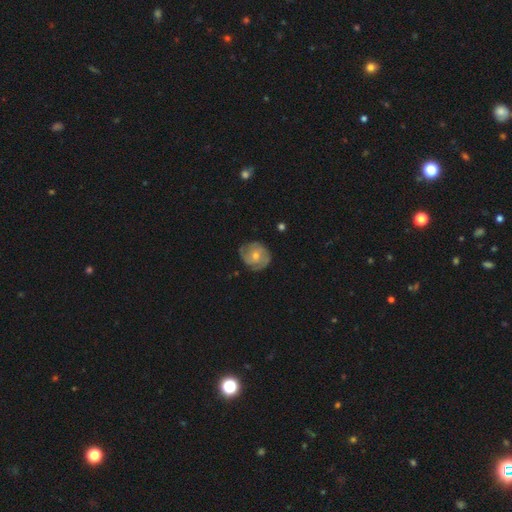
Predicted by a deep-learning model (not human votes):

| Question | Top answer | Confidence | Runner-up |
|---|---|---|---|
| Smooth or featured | featured or disk | 62% | smooth (31%) |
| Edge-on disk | no | 97% | yes (3%) |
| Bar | no | 73% | weak (23%) |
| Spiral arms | yes | 85% | no (15%) |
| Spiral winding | tight | 52% | medium (36%) |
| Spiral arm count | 2 | 35% | can't tell (28%) |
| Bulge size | moderate | 52% | small (44%) |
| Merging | none | 71% | minor disturbance (22%) |